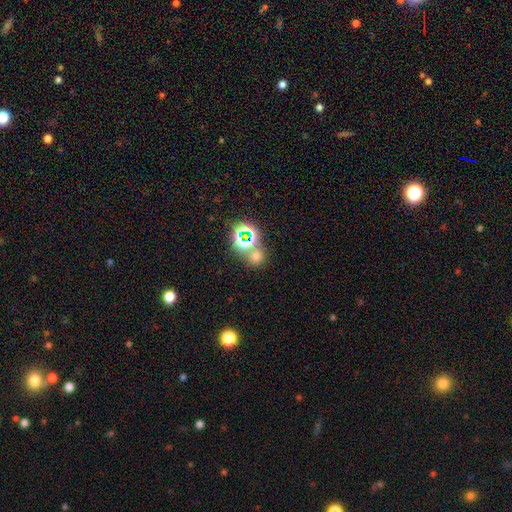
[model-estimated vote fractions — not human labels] A smooth galaxy with no disk features (57%) that is round (83%). Merging: none (61%).